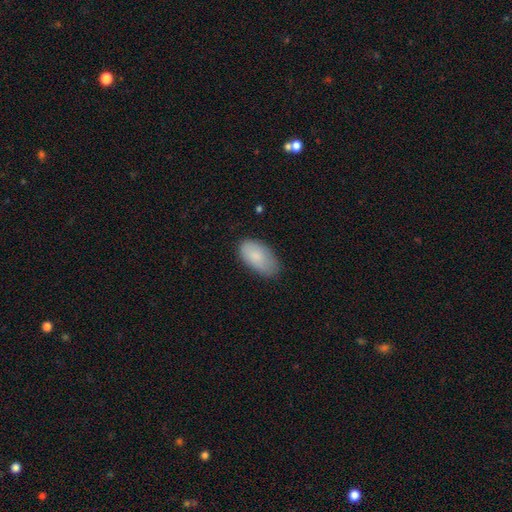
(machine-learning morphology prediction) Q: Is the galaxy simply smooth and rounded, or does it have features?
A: smooth — 84%.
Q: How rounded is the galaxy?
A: in between — 94%.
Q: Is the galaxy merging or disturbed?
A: none — 70%.